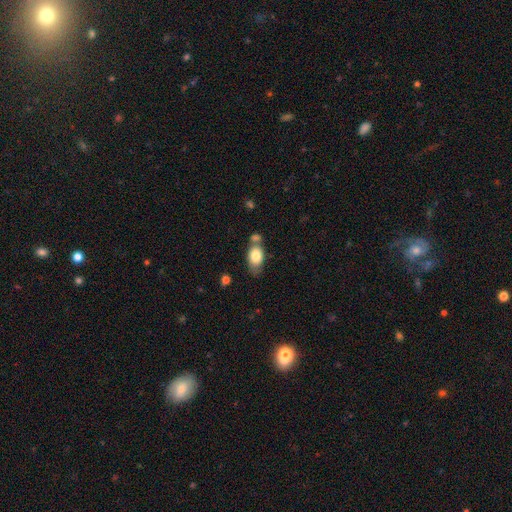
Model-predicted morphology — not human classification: Smooth or featured?
  - smooth: 79% *
  - featured or disk: 13%
  - star or artifact: 7%
How rounded?
  - in between: 84% *
  - round: 13%
  - cigar-shaped: 2%
Merging?
  - none: 43% *
  - merger: 31%
  - minor disturbance: 19%
  - major disturbance: 7%